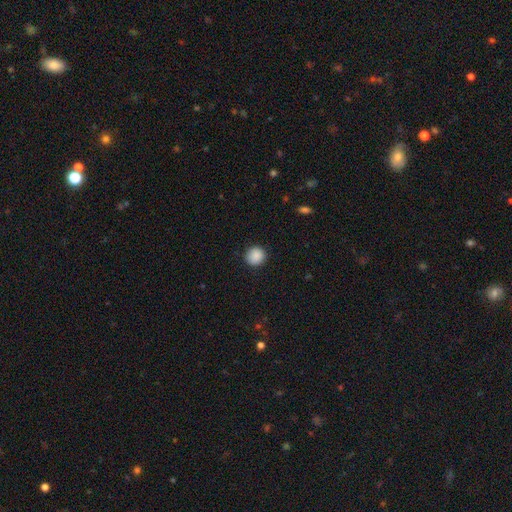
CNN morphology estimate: This appears to be a smooth galaxy with no disk features (89%) that is round (90%). Merging: none (89%).